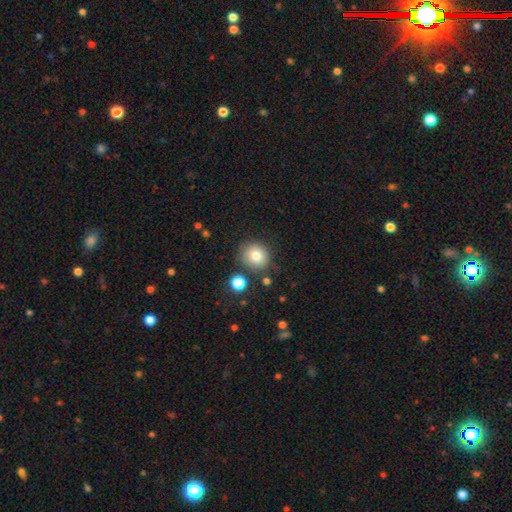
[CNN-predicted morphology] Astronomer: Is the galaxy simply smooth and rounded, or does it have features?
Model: smooth — 79%.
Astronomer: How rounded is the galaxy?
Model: round — 85%.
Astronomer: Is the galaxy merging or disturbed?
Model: none — 81%.